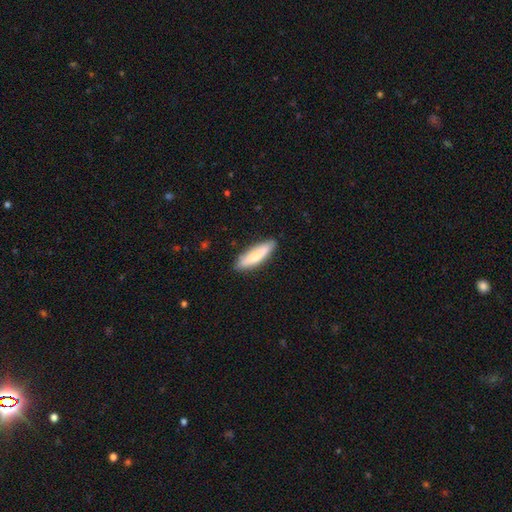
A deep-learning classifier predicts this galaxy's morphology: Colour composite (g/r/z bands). It shows a smooth galaxy with no disk features (67%) that is cigar-shaped (63%). Merging: none (86%).